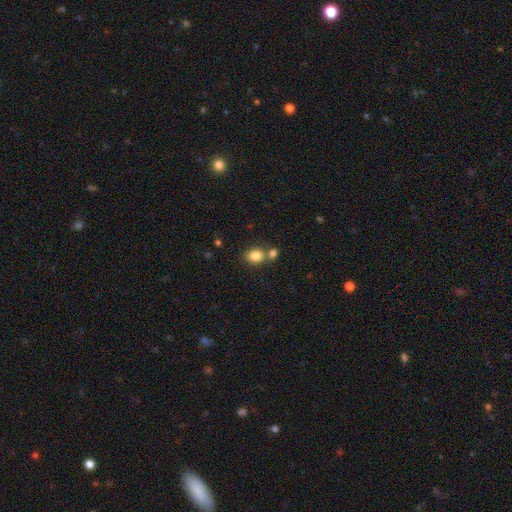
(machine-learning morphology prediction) Smooth or featured? smooth (83%)
How rounded? round (55%)
Merging? none (56%)